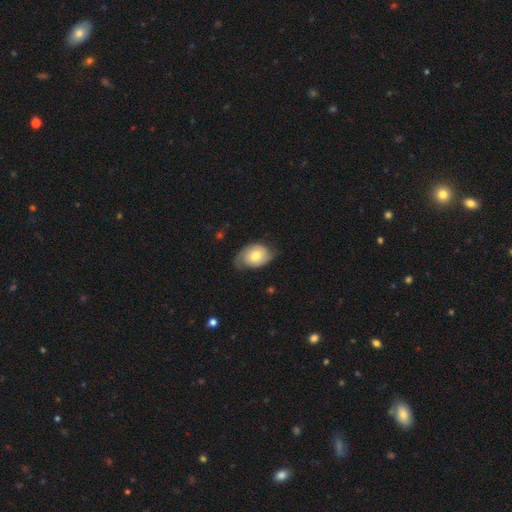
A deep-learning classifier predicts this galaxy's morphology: A smooth galaxy with no disk features (47%).

Vote fractions:
- Smooth or featured? smooth: 47% / featured or disk: 46% / star or artifact: 7%
- Merging? none: 58% / minor disturbance: 29% / major disturbance: 11% / merger: 1%